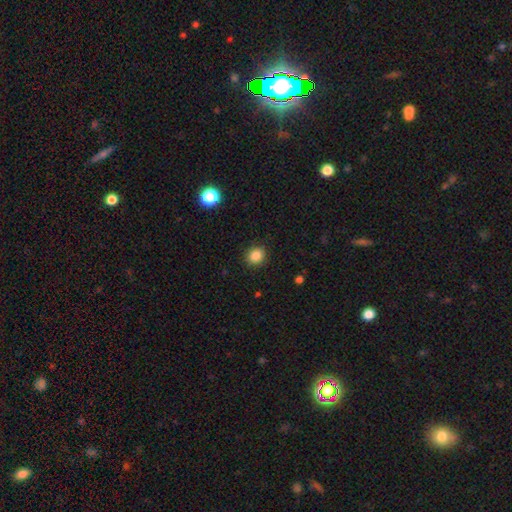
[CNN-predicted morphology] Smooth or featured: smooth — 85% (star or artifact — 11%)
How rounded: round — 76% (in between — 23%)
Merging: none — 90% (minor disturbance — 7%)